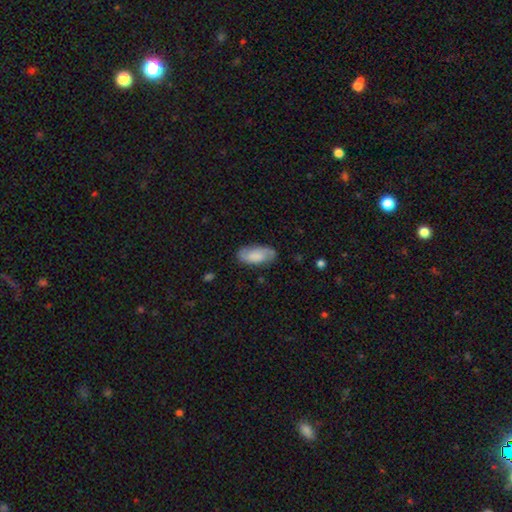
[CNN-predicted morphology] Smooth or featured? smooth (57%)
How rounded? in between (91%)
Merging? none (78%)